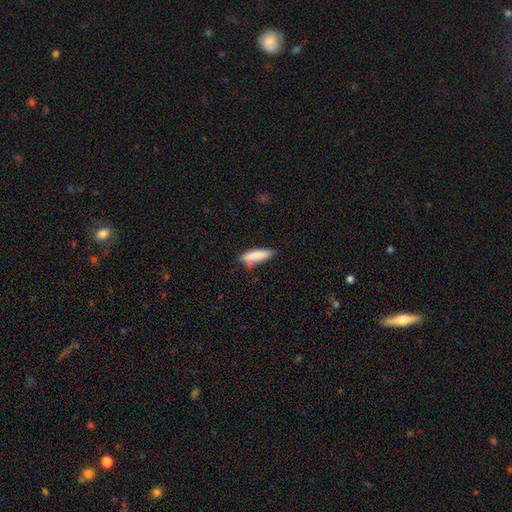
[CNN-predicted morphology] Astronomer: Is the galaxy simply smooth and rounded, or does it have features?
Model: smooth — 85%.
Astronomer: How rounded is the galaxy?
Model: cigar-shaped — 60% (runner-up: in between, 38%).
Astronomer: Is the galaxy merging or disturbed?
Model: none — 71%.